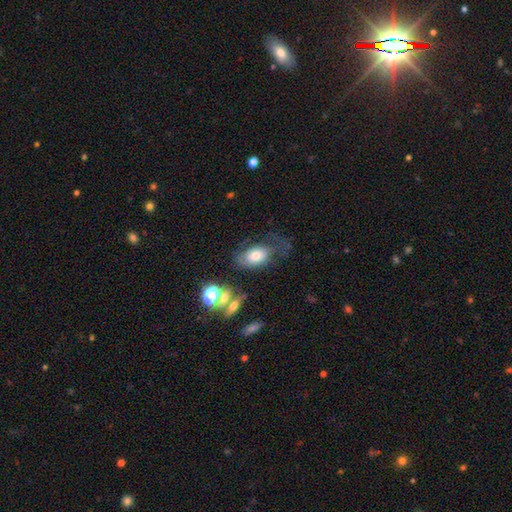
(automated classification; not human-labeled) Smooth or featured? smooth (62%)
How rounded? in between (88%)
Merging? none (39%)